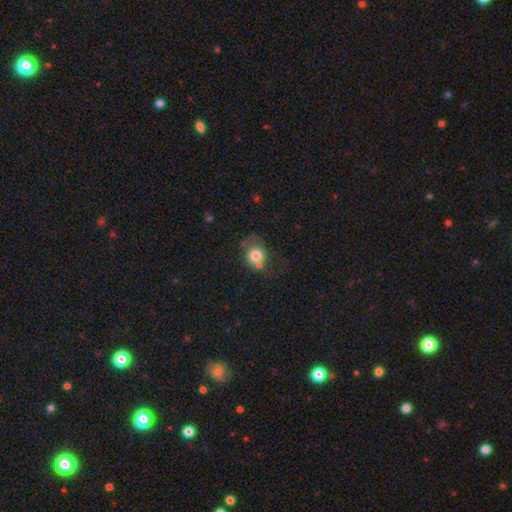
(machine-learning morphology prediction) smooth_or_featured: smooth (p=0.75) [alt: featured or disk p=0.15]
how_rounded: round (p=0.63) [alt: in between p=0.36]
merging: none (p=0.43) [alt: minor disturbance p=0.23]